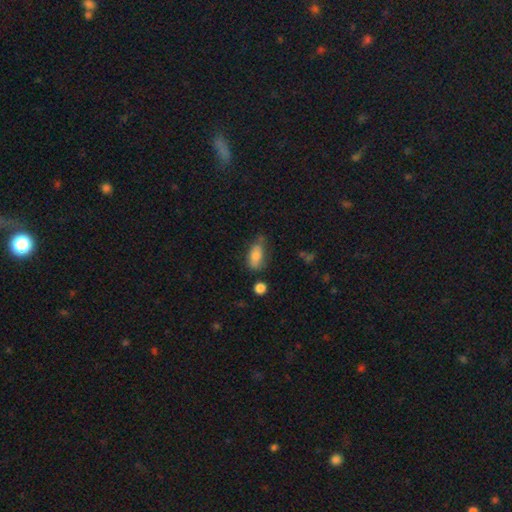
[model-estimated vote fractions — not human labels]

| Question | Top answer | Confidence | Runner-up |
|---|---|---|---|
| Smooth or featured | smooth | 79% | featured or disk (13%) |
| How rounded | in between | 85% | cigar-shaped (11%) |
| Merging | none | 56% | minor disturbance (31%) |